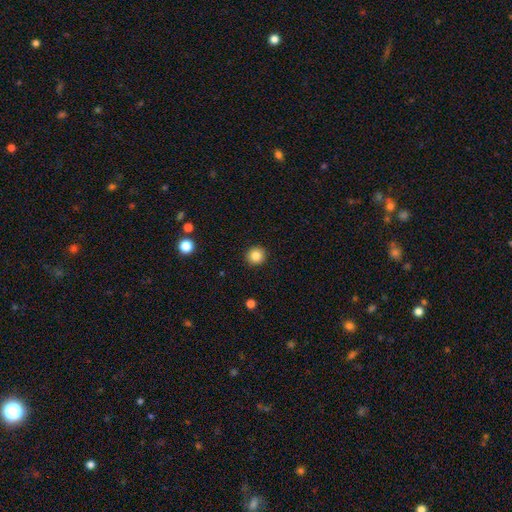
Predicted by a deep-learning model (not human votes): The model was most divided on "smooth or featured": smooth: 85%, star or artifact: 10%, featured or disk: 5%. More confident: merging — none (92%); how rounded — round (92%).